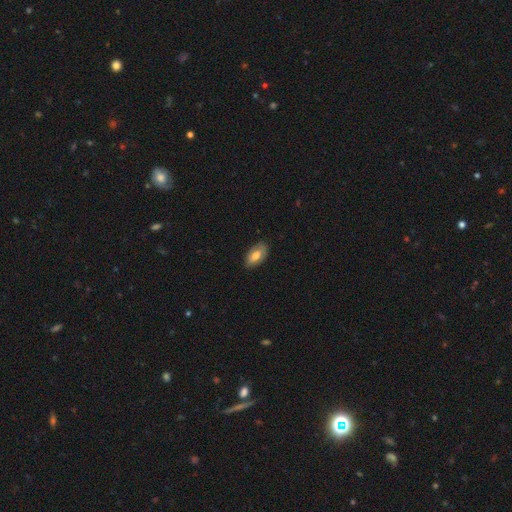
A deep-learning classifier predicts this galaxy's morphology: Smooth or featured? smooth (67%)
How rounded? in between (93%)
Merging? none (81%)